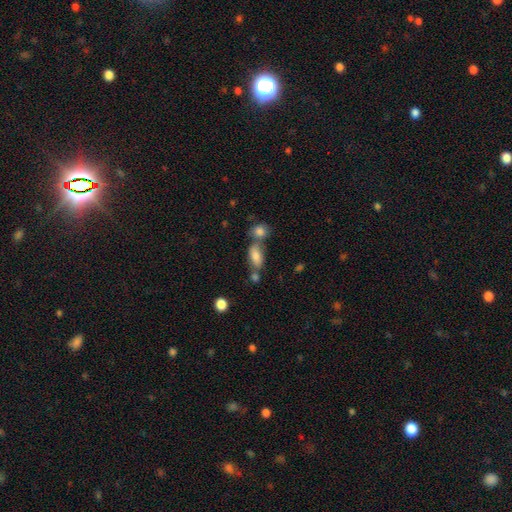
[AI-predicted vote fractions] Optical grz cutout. It shows a smooth galaxy with no disk features (76%) that is in between round and cigar-shaped (84%). Merging: none (50%).